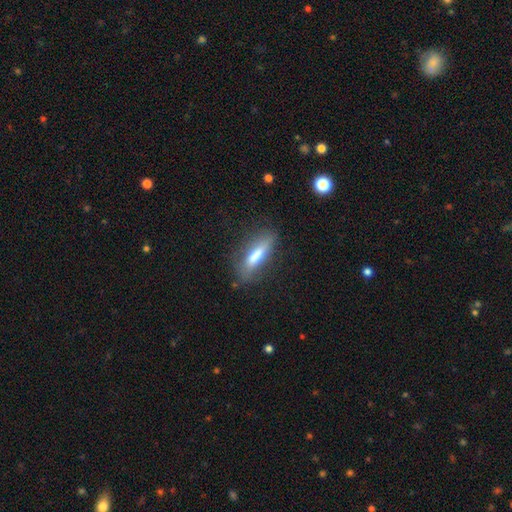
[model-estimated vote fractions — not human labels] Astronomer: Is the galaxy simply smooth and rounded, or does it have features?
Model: smooth — 66%.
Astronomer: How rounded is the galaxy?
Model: cigar-shaped — 66%.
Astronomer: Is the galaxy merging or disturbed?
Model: none — 74%.